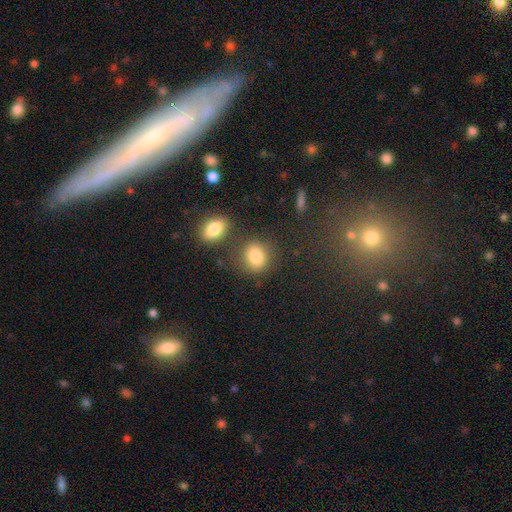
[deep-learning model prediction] Smooth or featured: smooth — 84% (star or artifact — 10%)
How rounded: round — 60% (in between — 38%)
Merging: none — 70% (minor disturbance — 12%)